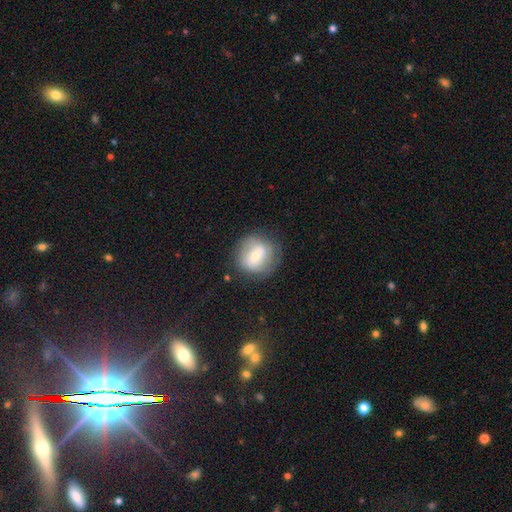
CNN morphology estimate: This appears to be a featured or disk galaxy (50%). Merging: none (72%).